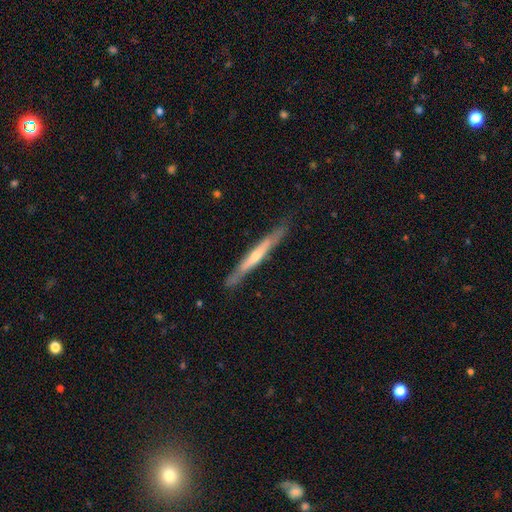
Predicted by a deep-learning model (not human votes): Smooth or featured?
  - featured or disk: 69% *
  - smooth: 25%
  - star or artifact: 6%
Edge-on disk?
  - yes: 95% *
  - no: 5%
Edge-on bulge?
  - rounded: 62% *
  - none: 32%
  - boxy: 6%
Merging?
  - none: 85% *
  - minor disturbance: 12%
  - major disturbance: 2%
  - merger: 1%